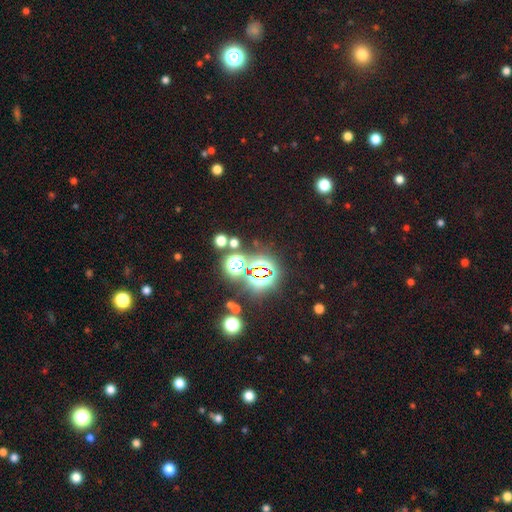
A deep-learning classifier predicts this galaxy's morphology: Overall: star or artifact (76%).